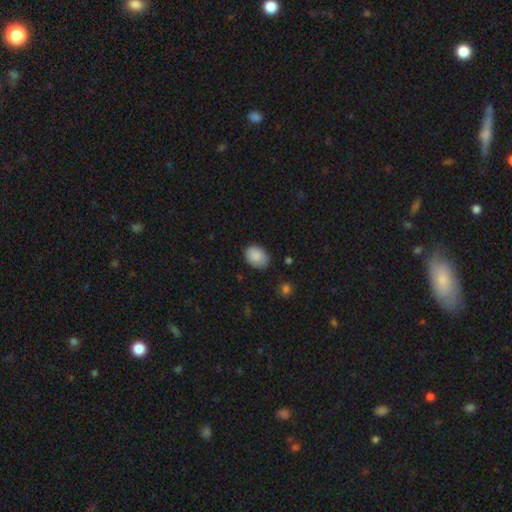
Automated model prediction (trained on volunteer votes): Smooth or featured?
  - smooth: 87% *
  - star or artifact: 7%
  - featured or disk: 6%
How rounded?
  - in between: 71% *
  - round: 28%
  - cigar-shaped: 1%
Merging?
  - none: 76% *
  - minor disturbance: 19%
  - major disturbance: 3%
  - merger: 2%